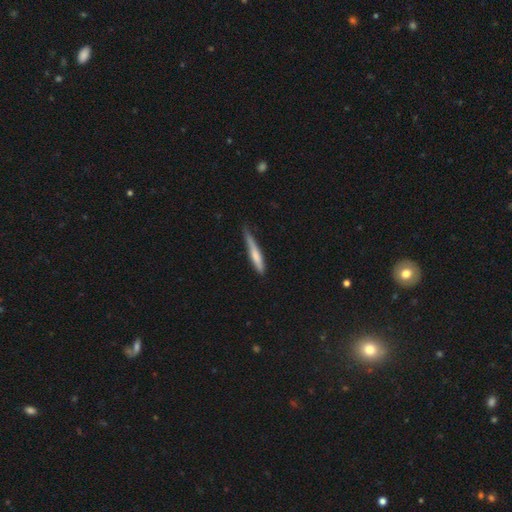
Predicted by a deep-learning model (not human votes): The model was most divided on "merging": none: 56%, minor disturbance: 36%, major disturbance: 6%, merger: 2%. More confident: how rounded — cigar-shaped (93%); smooth or featured — smooth (70%).